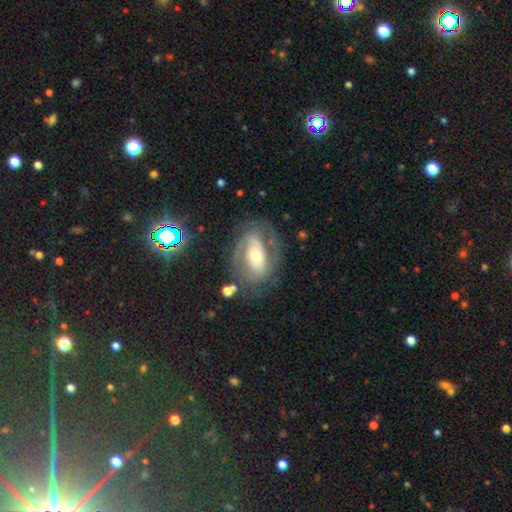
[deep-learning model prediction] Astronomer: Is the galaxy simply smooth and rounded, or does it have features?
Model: featured or disk — 80%.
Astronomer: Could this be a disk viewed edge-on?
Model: no — 95%.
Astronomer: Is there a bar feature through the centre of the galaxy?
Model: no — 42% (runner-up: weak, 30%).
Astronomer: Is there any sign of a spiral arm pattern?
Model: yes — 87%.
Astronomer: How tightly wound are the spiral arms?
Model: tight — 45% (runner-up: medium, 41%).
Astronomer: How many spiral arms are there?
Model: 2 — 73%.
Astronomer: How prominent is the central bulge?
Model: moderate — 55% (runner-up: small, 35%).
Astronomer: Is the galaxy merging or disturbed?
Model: none — 70%.